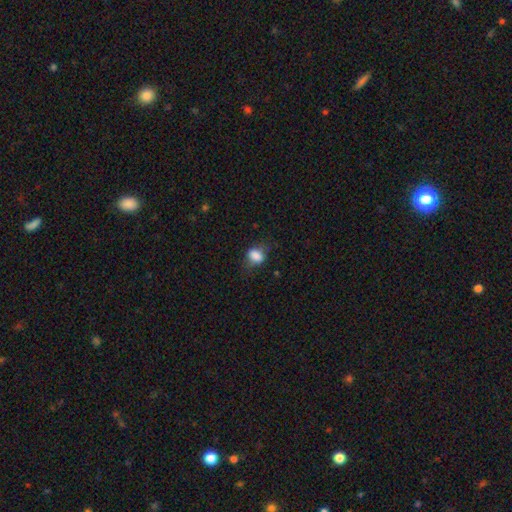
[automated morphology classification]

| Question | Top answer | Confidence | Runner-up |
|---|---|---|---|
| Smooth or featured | smooth | 83% | star or artifact (9%) |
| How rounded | in between | 66% | round (32%) |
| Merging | none | 63% | minor disturbance (26%) |